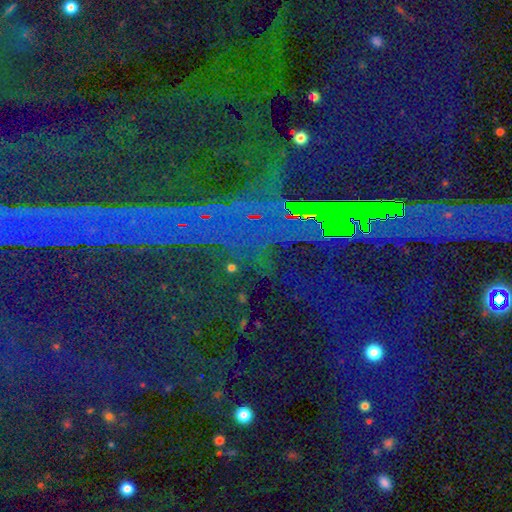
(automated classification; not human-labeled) Smooth or featured? Predicted: star or artifact (p=0.88).